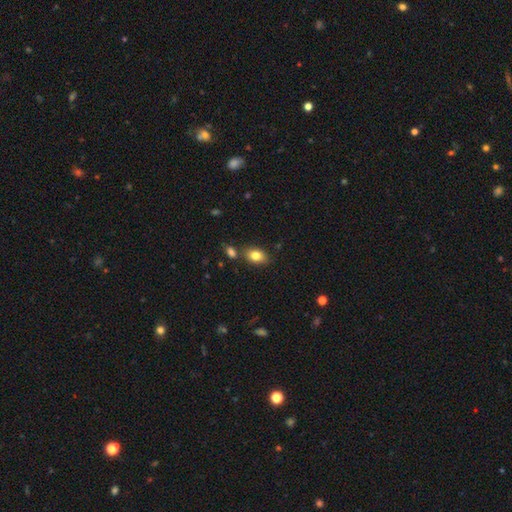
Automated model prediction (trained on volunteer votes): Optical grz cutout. It shows a smooth galaxy with no disk features (81%) that is in between round and cigar-shaped (82%). Merging: none (76%).